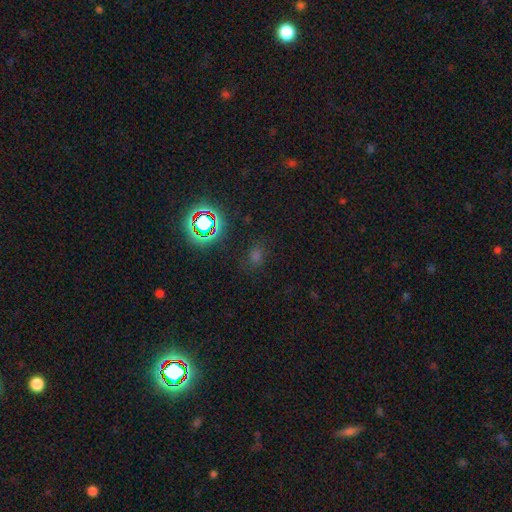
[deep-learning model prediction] Smooth or featured?
  - star or artifact: 50% *
  - smooth: 42%
  - featured or disk: 8%